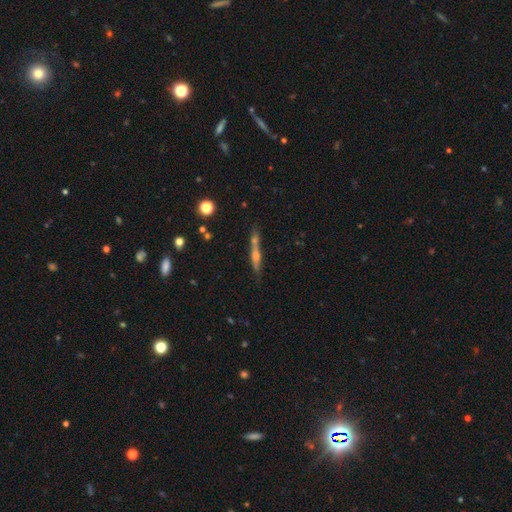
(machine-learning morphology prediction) smooth_or_featured: featured or disk (p=0.63) [alt: smooth p=0.26]
disk_edge_on: yes (p=0.94) [alt: no p=0.06]
edge_on_bulge: rounded (p=0.82) [alt: none p=0.12]
merging: none (p=0.67) [alt: merger p=0.15]